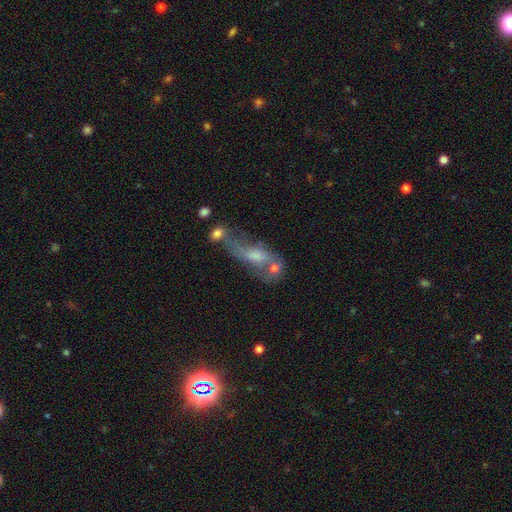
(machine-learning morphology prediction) smooth_or_featured: featured or disk (p=0.49) [alt: smooth p=0.39]
merging: merger (p=0.37) [alt: major disturbance p=0.25]